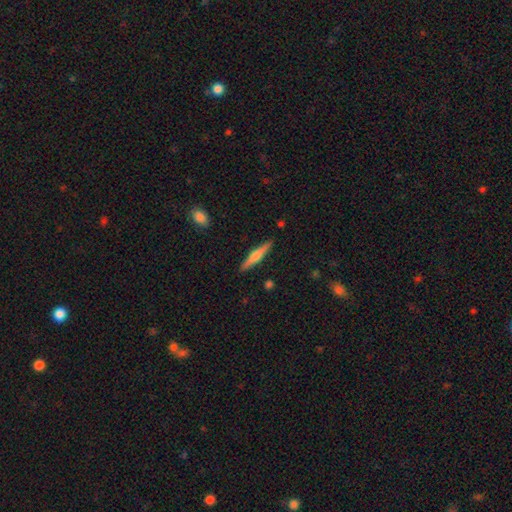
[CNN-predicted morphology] Q: Smooth or featured?
A: featured or disk (50%); runner-up: smooth (44%)
Q: Edge-on disk?
A: yes (97%); runner-up: no (3%)
Q: Merging?
A: none (90%); runner-up: minor disturbance (7%)